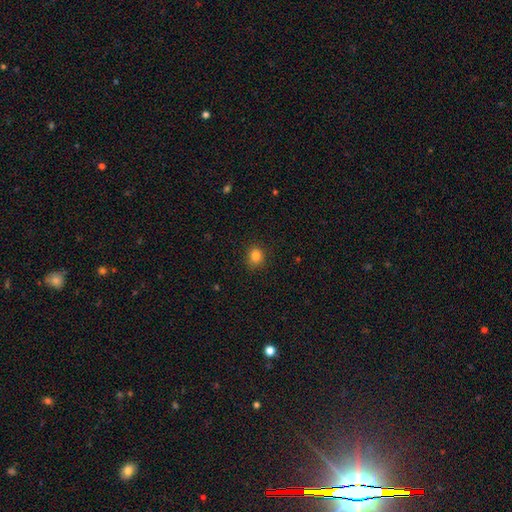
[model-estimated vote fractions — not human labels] A smooth galaxy with no disk features (82%) that is round (78%).

Vote fractions:
- Smooth or featured? smooth: 82% / star or artifact: 12% / featured or disk: 5%
- How rounded? round: 78% / in between: 21% / cigar-shaped: 1%
- Merging? none: 87% / minor disturbance: 9% / major disturbance: 2% / merger: 1%